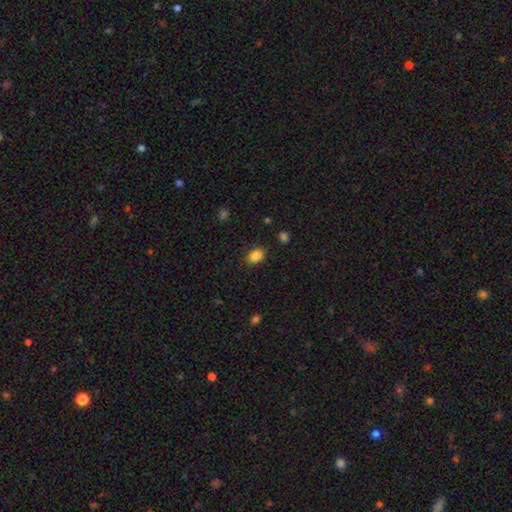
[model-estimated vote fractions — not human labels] Q: Smooth or featured?
A: smooth (85%); runner-up: star or artifact (10%)
Q: How rounded?
A: in between (68%); runner-up: round (31%)
Q: Merging?
A: none (84%); runner-up: minor disturbance (12%)